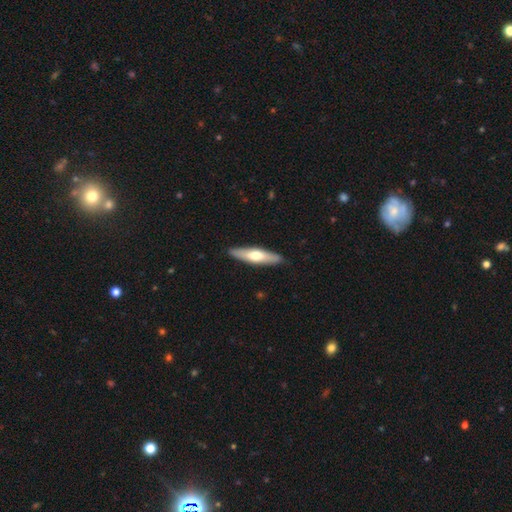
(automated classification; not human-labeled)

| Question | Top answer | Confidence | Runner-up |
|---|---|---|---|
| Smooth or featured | smooth | 53% | featured or disk (42%) |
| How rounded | cigar-shaped | 77% | in between (21%) |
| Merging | none | 89% | minor disturbance (9%) |